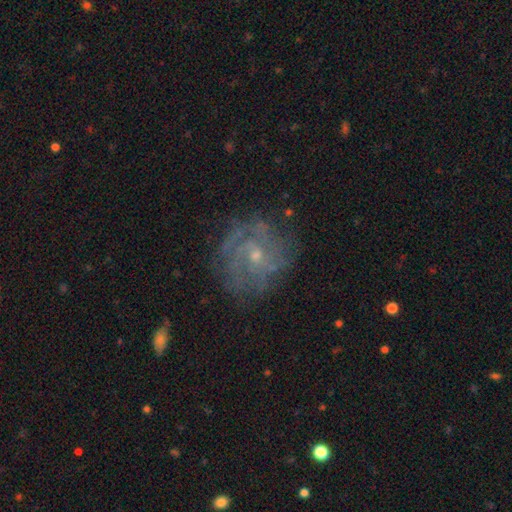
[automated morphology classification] type=featured or disk (76%); edge-on=no (97%); bar=no (70%); spiral arms=yes (84%); winding=tight (51%); arm count=can't tell (42%); bulge=small (64%); merging=none (71%).